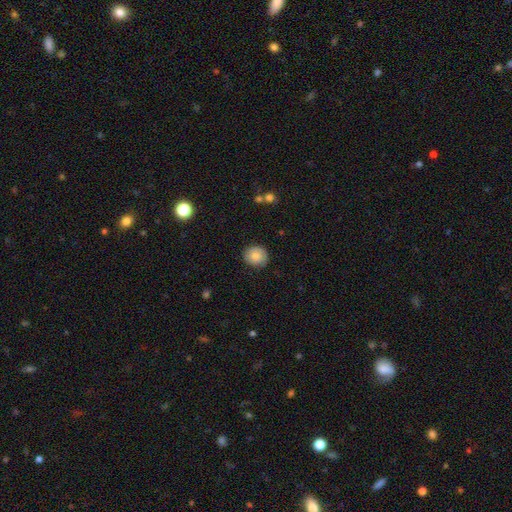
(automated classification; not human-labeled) The model was most divided on "smooth or featured": smooth: 76%, featured or disk: 16%, star or artifact: 8%. More confident: merging — none (85%); how rounded — round (85%).